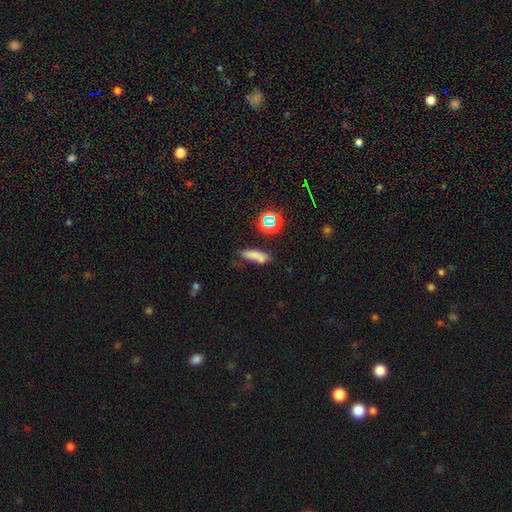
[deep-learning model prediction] A smooth galaxy with no disk features (70%) that is cigar-shaped (54%).

Vote fractions:
- Smooth or featured? smooth: 70% / star or artifact: 18% / featured or disk: 12%
- How rounded? cigar-shaped: 54% / in between: 41% / round: 5%
- Merging? none: 60% / minor disturbance: 23% / merger: 9% / major disturbance: 8%